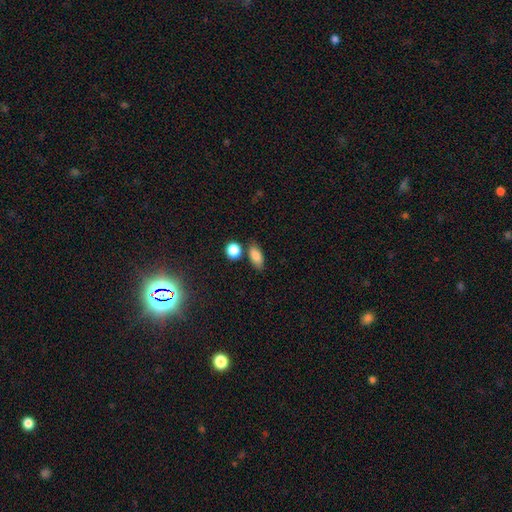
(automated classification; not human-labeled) smooth_or_featured: smooth (p=0.85) [alt: star or artifact p=0.09]
how_rounded: in between (p=0.83) [alt: round p=0.09]
merging: none (p=0.73) [alt: minor disturbance p=0.14]